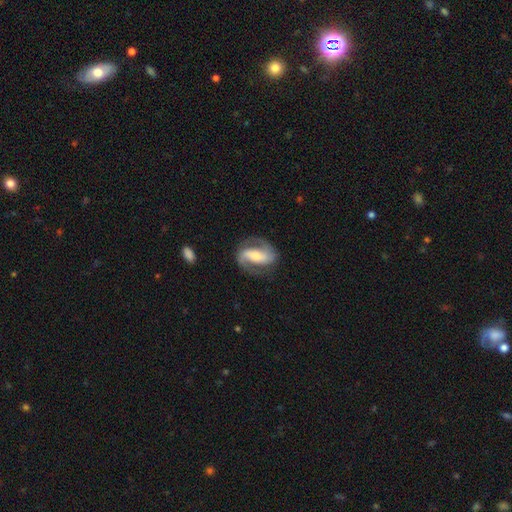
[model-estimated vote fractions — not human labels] This appears to be a featured or disk galaxy (86%) with a strong bar (51%), 2 (92%) medium (52%) spiral arms (95%) and a moderate central bulge (55%). Merging: none (81%).